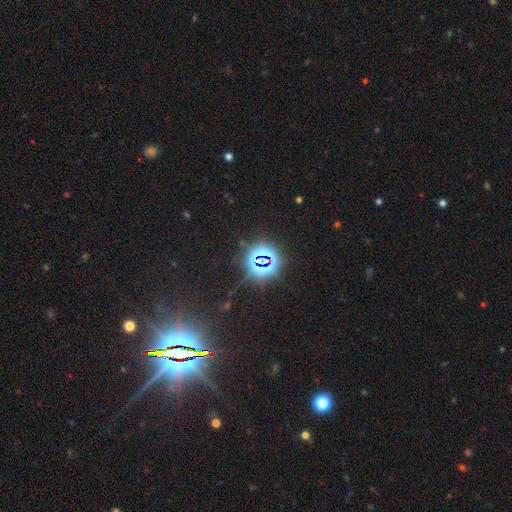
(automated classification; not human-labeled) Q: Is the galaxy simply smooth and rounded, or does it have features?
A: star or artifact — 83%.